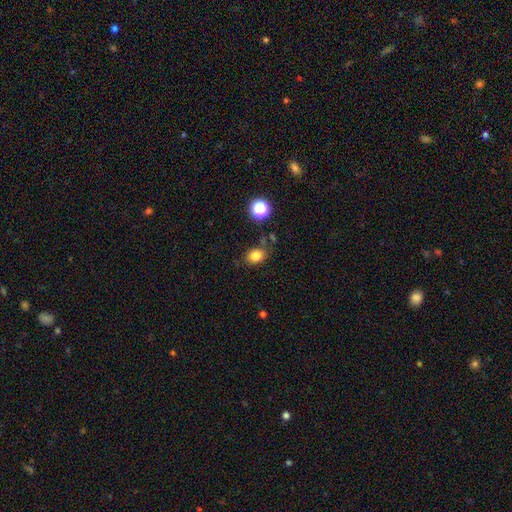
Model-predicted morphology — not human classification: smooth-or-featured: smooth: 81% | star or artifact: 12% | featured or disk: 6%
  how-rounded: in between: 58% | round: 41% | cigar-shaped: 1%
  merging: none: 72% | minor disturbance: 17% | merger: 6% | major disturbance: 5%